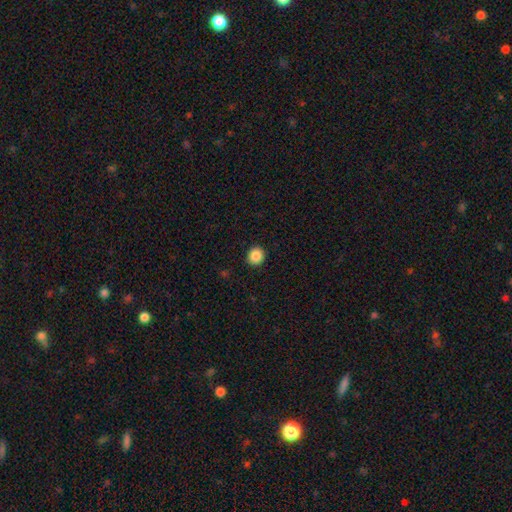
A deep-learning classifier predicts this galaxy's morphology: This appears to be a smooth galaxy with no disk features (87%) that is round (90%). Merging: none (92%).